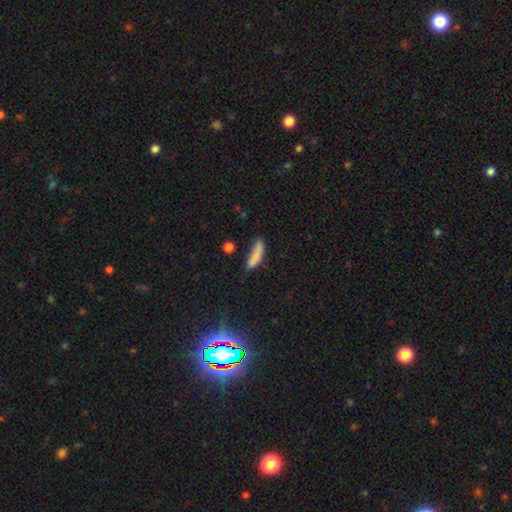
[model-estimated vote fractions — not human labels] This is clearly a smooth galaxy (80%). How rounded: likely cigar-shaped (66%). Merging: possibly none (52%).